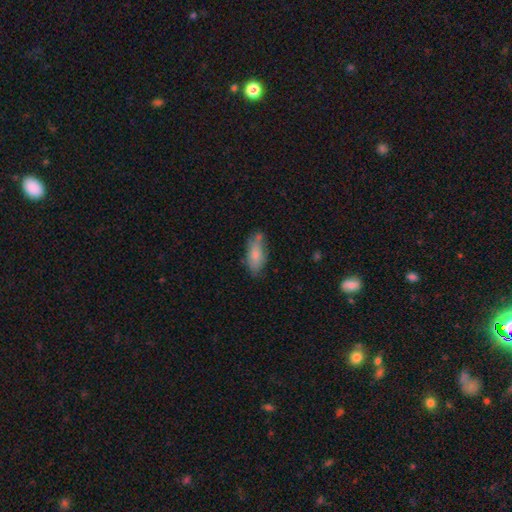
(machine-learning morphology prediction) smooth 77%, featured or disk 17%, star or artifact 7%. Down the decision tree: how rounded — in between (83%); merging — none (60%).